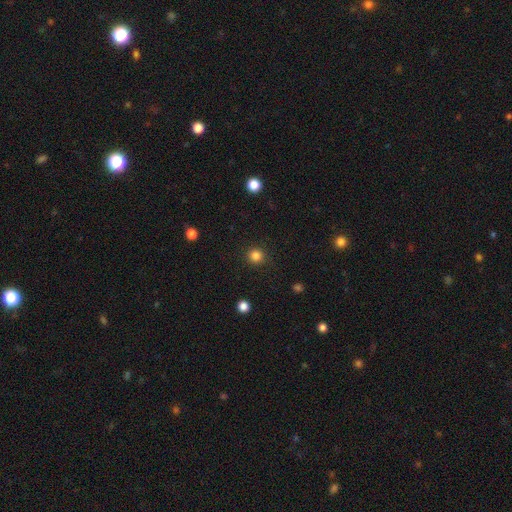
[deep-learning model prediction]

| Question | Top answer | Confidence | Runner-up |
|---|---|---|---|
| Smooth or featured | smooth | 84% | star or artifact (12%) |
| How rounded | round | 94% | in between (5%) |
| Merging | none | 91% | minor disturbance (6%) |